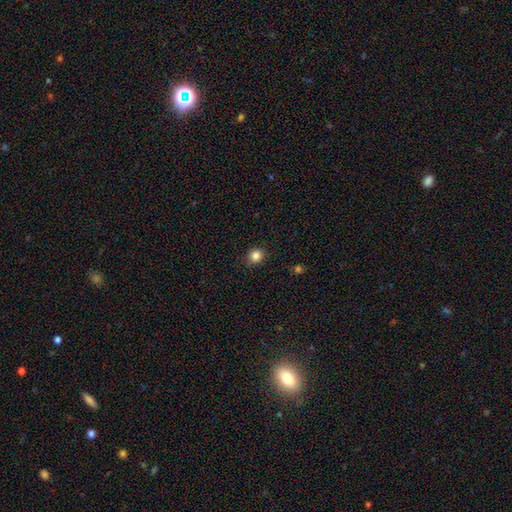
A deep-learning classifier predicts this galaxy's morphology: smooth 85%, star or artifact 11%, featured or disk 4%. Down the decision tree: how rounded — round (84%); merging — none (84%).